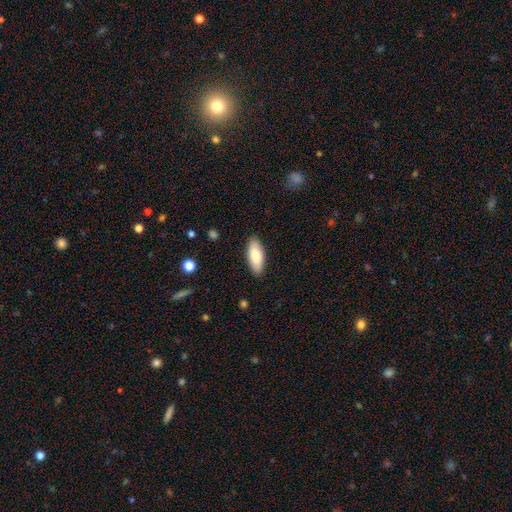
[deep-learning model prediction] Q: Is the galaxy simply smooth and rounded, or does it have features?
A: smooth — 81%.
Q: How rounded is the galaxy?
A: in between — 78%.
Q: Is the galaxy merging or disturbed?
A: none — 88%.